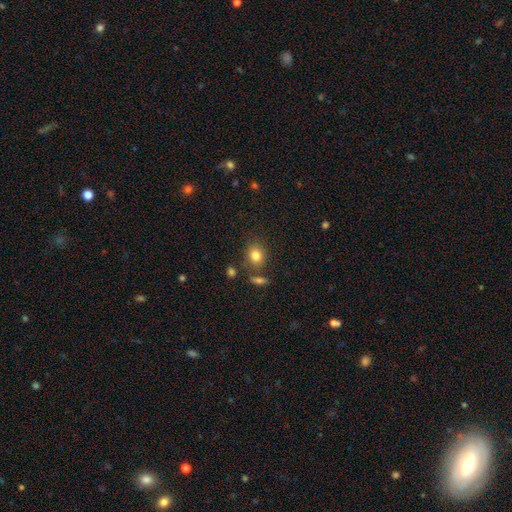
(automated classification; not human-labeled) Smooth or featured? smooth (82%)
How rounded? round (63%)
Merging? none (73%)